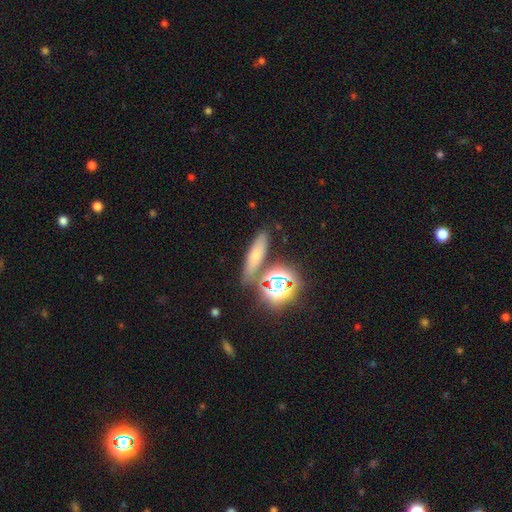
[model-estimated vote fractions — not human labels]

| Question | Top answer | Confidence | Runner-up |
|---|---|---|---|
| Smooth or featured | smooth | 58% | star or artifact (25%) |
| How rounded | cigar-shaped | 54% | in between (32%) |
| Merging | none | 77% | minor disturbance (10%) |